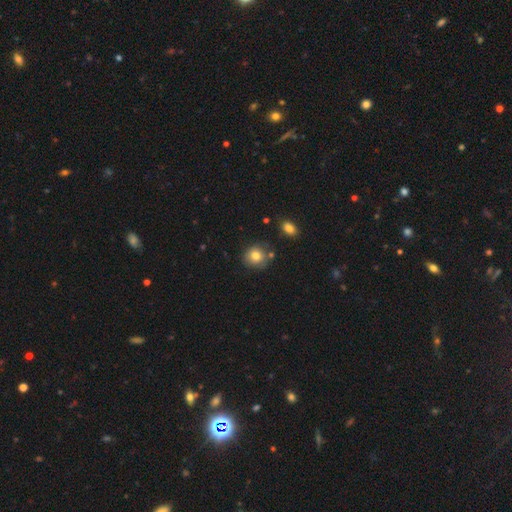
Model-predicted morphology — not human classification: The model was most divided on "merging": none: 76%, minor disturbance: 14%, merger: 7%, major disturbance: 3%. More confident: how rounded — round (83%); smooth or featured — smooth (80%).